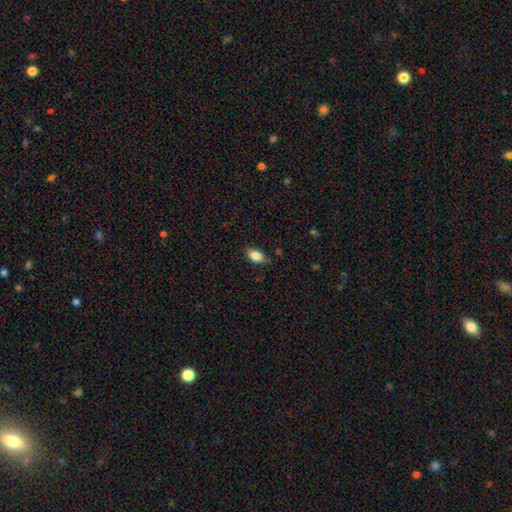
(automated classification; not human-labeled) Smooth or featured: smooth — 83% (featured or disk — 10%)
How rounded: in between — 89% (round — 6%)
Merging: none — 81% (minor disturbance — 16%)